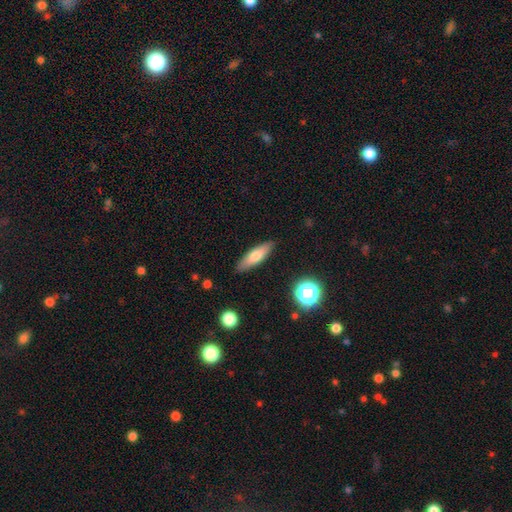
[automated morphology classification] smooth 68%, featured or disk 25%, star or artifact 7%. Down the decision tree: how rounded — cigar-shaped (59%); merging — none (87%).